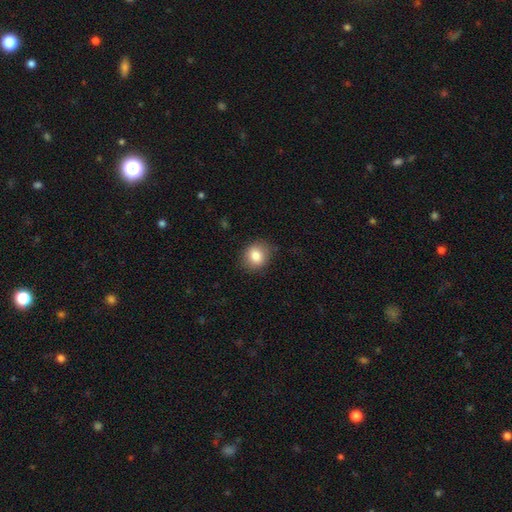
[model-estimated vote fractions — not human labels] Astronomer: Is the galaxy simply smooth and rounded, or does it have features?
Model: smooth — 84%.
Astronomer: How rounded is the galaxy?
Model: round — 71%.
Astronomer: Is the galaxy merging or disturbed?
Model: none — 82%.